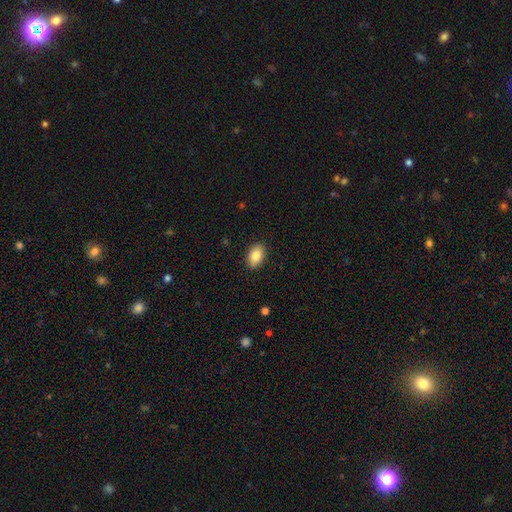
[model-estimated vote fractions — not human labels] smooth_or_featured: smooth (p=0.85) [alt: featured or disk p=0.08]
how_rounded: in between (p=0.89) [alt: round p=0.09]
merging: none (p=0.90) [alt: minor disturbance p=0.07]